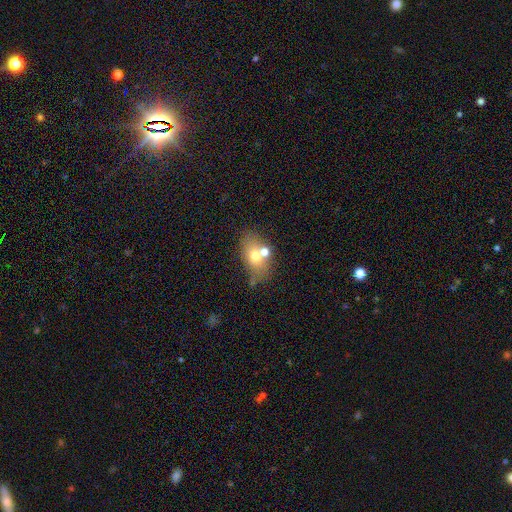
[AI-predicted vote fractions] smooth-or-featured: smooth: 64% | featured or disk: 25% | star or artifact: 11%
  how-rounded: in between: 77% | round: 21% | cigar-shaped: 2%
  merging: none: 56% | merger: 25% | minor disturbance: 14% | major disturbance: 5%